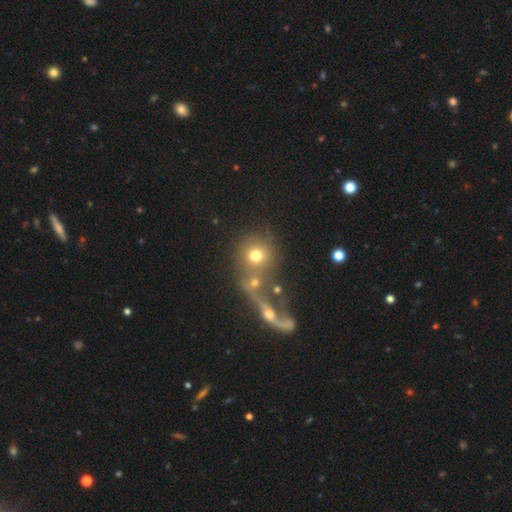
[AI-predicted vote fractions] Smooth or featured? Predicted: smooth (p=0.65). How rounded? Predicted: round (p=0.85). Merging? Predicted: merger (p=0.43).